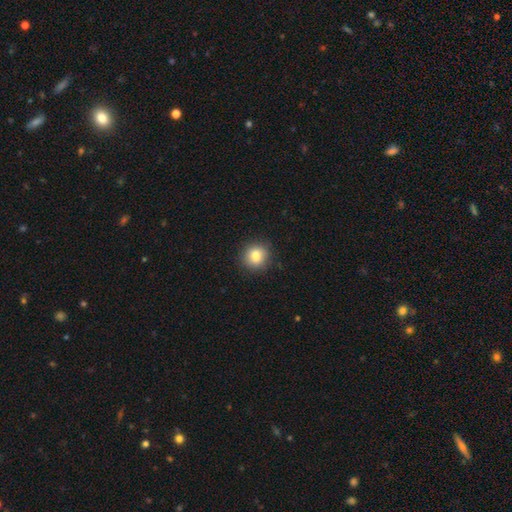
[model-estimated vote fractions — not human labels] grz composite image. It shows a smooth galaxy with no disk features (81%) that is round (86%). Merging: none (88%).